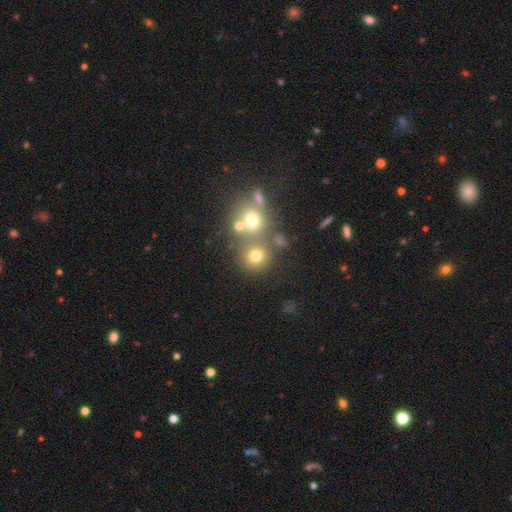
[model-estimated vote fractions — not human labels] A smooth galaxy with no disk features (70%) that is round (85%).

Vote fractions:
- Smooth or featured? smooth: 70% / star or artifact: 17% / featured or disk: 13%
- How rounded? round: 85% / in between: 14% / cigar-shaped: 1%
- Merging? none: 56% / merger: 31% / minor disturbance: 9% / major disturbance: 5%